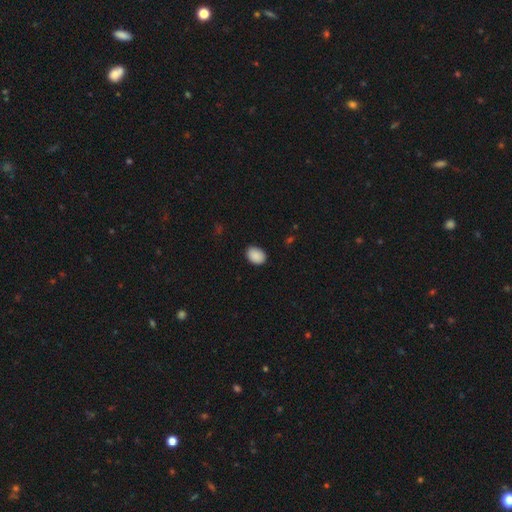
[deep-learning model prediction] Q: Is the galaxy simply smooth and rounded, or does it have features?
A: smooth — 90%.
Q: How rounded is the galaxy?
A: in between — 72%.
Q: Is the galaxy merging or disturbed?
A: none — 87%.